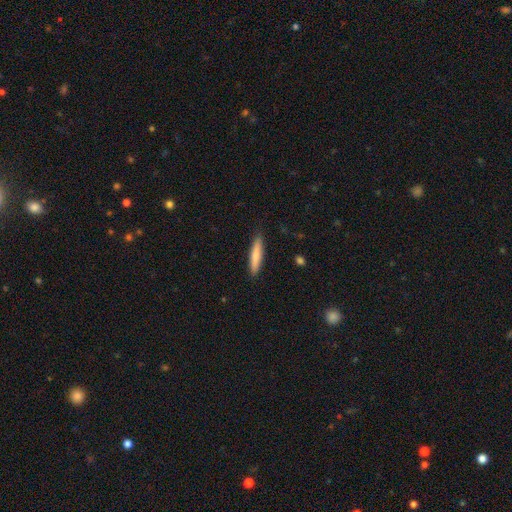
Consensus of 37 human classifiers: Smooth or featured?
  - smooth: 81% *
  - featured or disk: 16%
  - star or artifact: 3%
How rounded?
  - cigar-shaped: 97% *
  - in between: 3%
  - round: 0%
Merging?
  - none: 97% *
  - minor disturbance: 3%
  - major disturbance: 0%
  - merger: 0%